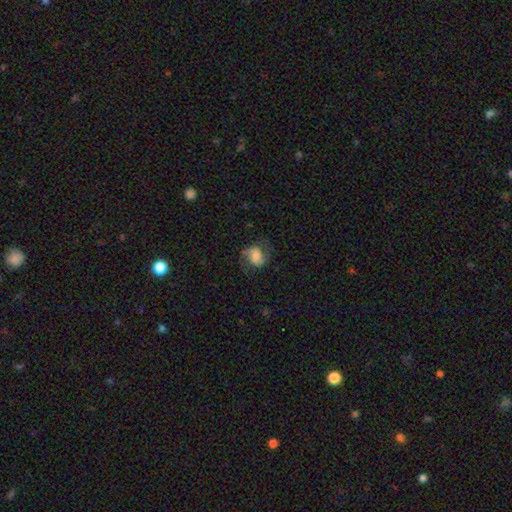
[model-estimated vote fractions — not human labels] This is possibly a smooth galaxy (48%). Merging: likely none (62%).